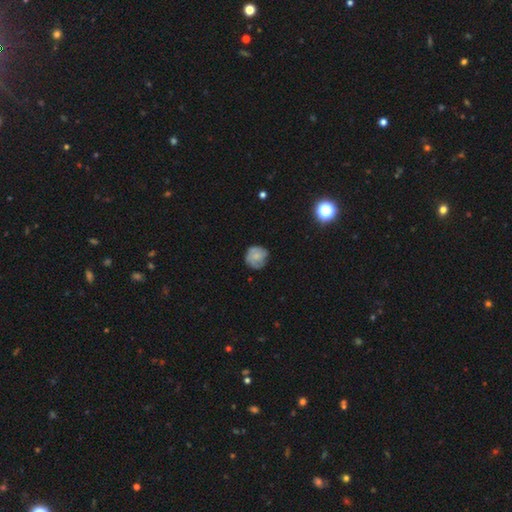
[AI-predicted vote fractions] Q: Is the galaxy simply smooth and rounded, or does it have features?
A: smooth — 60%.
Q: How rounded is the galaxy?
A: round — 87%.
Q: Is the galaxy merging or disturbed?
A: none — 71%.